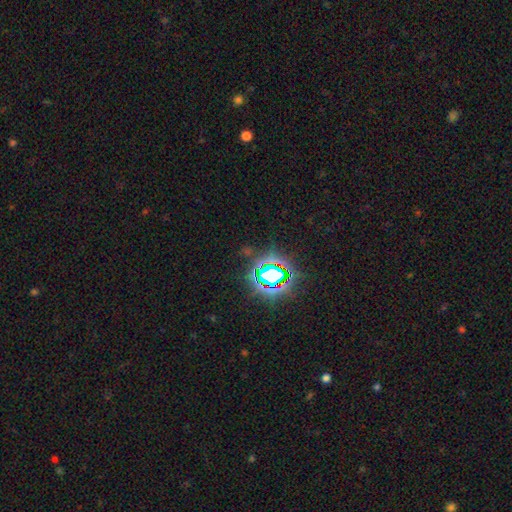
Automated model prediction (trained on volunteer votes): smooth-or-featured: star or artifact: 84% | smooth: 10% | featured or disk: 6%